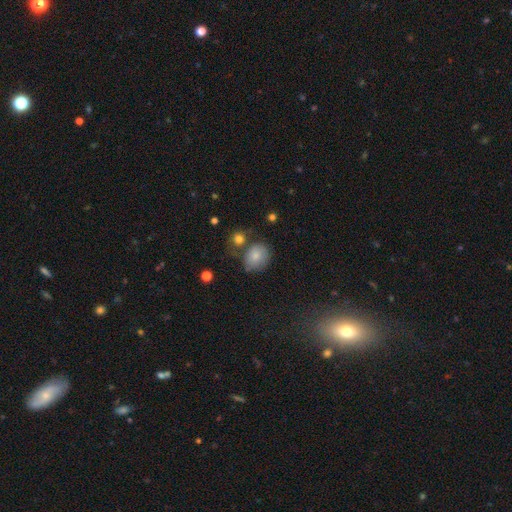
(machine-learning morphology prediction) A smooth galaxy with no disk features (79%) that is round (60%).

Vote fractions:
- Smooth or featured? smooth: 79% / featured or disk: 12% / star or artifact: 10%
- How rounded? round: 60% / in between: 39% / cigar-shaped: 1%
- Merging? none: 59% / minor disturbance: 21% / merger: 13% / major disturbance: 8%